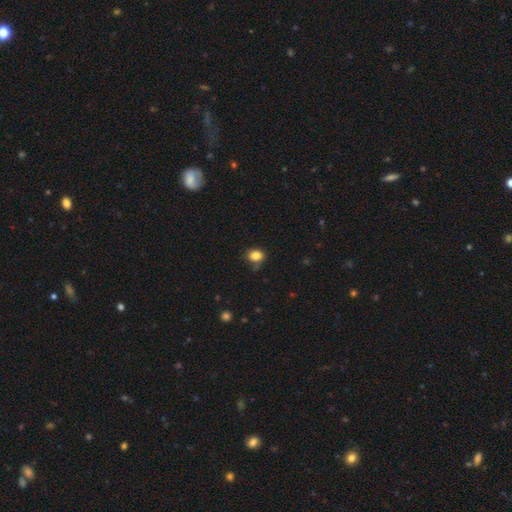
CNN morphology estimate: Smooth or featured? Predicted: smooth (p=0.84). How rounded? Predicted: round (p=0.53). Merging? Predicted: none (p=0.76).